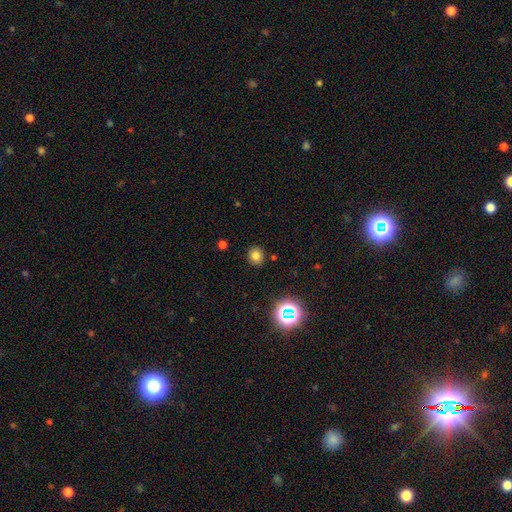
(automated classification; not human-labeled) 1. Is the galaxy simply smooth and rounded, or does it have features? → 75% smooth, 17% star or artifact, 7% featured or disk.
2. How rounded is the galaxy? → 80% round, 19% in between, 1% cigar-shaped.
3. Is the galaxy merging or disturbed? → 88% none, 8% minor disturbance, 2% major disturbance, 2% merger.